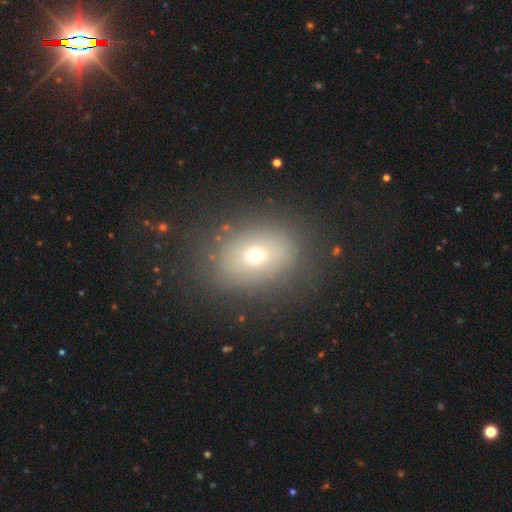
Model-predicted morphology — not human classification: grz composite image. It shows a smooth galaxy with no disk features (63%) that is in between round and cigar-shaped (58%). Merging: none (79%).